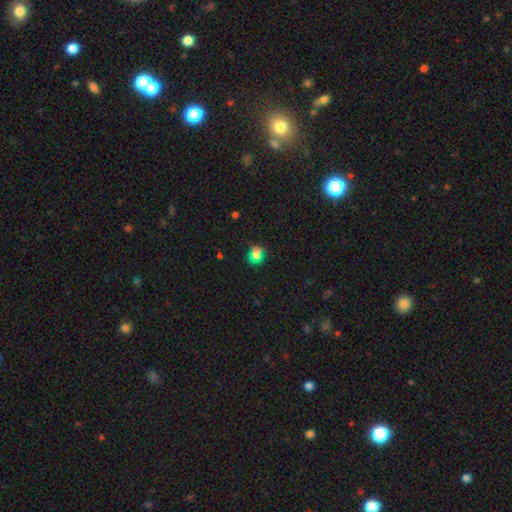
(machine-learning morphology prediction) The model was most divided on "smooth or featured": smooth: 50%, star or artifact: 41%, featured or disk: 8%. More confident: how rounded — round (81%); merging — none (80%).